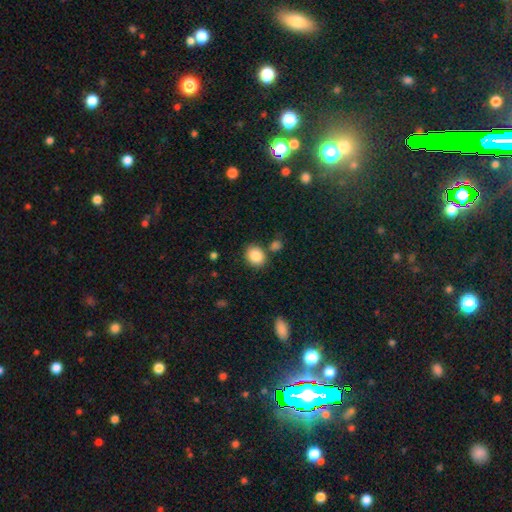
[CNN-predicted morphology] Q: Smooth or featured?
A: smooth (87%); runner-up: star or artifact (8%)
Q: How rounded?
A: round (55%); runner-up: in between (44%)
Q: Merging?
A: none (76%); runner-up: minor disturbance (11%)